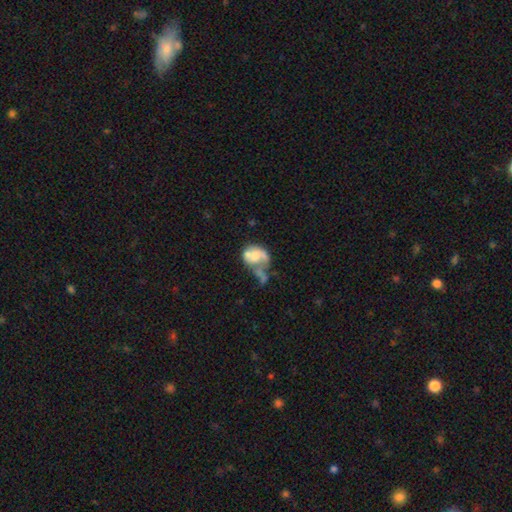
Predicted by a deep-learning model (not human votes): Smooth or featured?
  - featured or disk: 53% *
  - smooth: 38%
  - star or artifact: 9%
Edge-on disk?
  - no: 98% *
  - yes: 2%
Bar?
  - no: 79% *
  - weak: 17%
  - strong: 4%
Spiral arms?
  - no: 58% *
  - yes: 42%
Bulge size?
  - moderate: 38% *
  - small: 25%
  - none: 23%
  - large: 11%
  - dominant: 3%
Merging?
  - merger: 39% *
  - major disturbance: 30%
  - none: 16%
  - minor disturbance: 14%